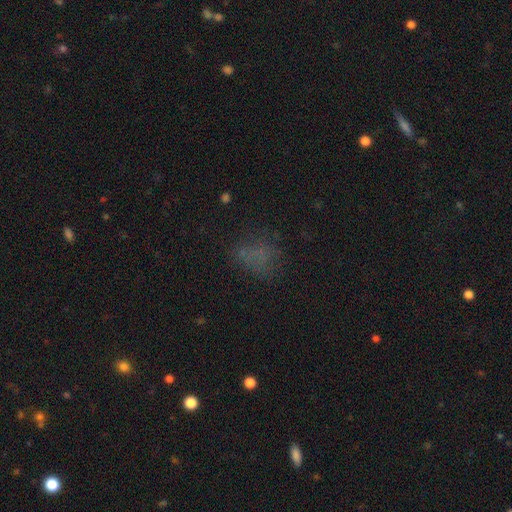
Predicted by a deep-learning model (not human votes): Smooth or featured: smooth — 53% (star or artifact — 29%)
How rounded: in between — 60% (round — 37%)
Merging: none — 59% (major disturbance — 19%)